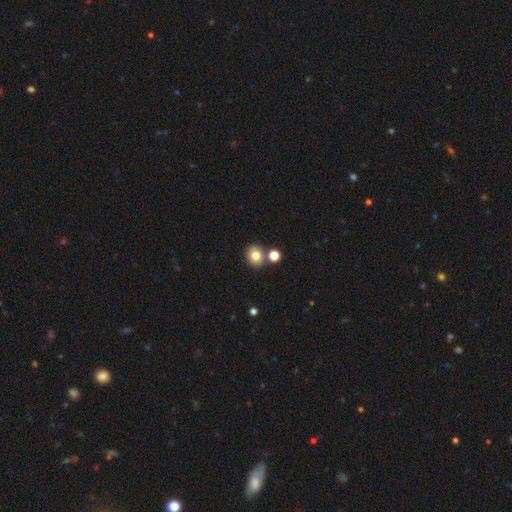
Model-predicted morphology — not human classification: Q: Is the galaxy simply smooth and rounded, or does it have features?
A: smooth — 80%.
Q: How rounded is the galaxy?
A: round — 77%.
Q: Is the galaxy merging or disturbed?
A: none — 74%.